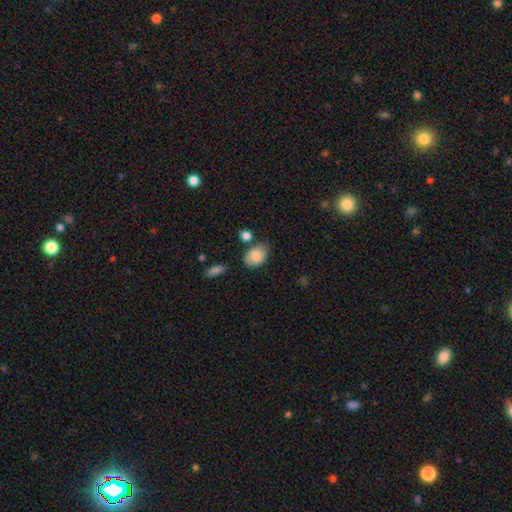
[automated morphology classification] Smooth or featured? smooth (84%)
How rounded? in between (82%)
Merging? none (70%)